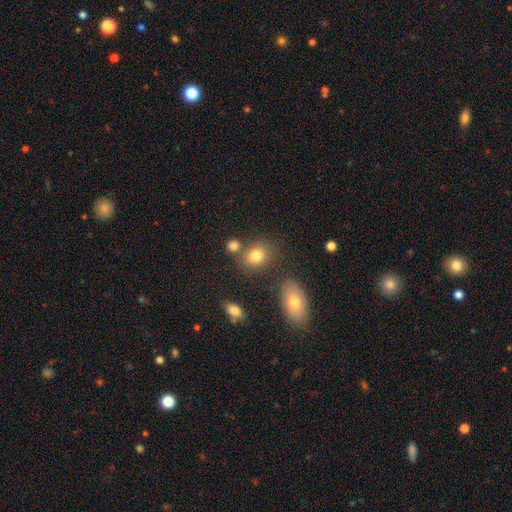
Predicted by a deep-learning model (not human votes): The model was most divided on "how rounded": in between: 54%, round: 45%, cigar-shaped: 1%. More confident: smooth or featured — smooth (80%); merging — none (67%).